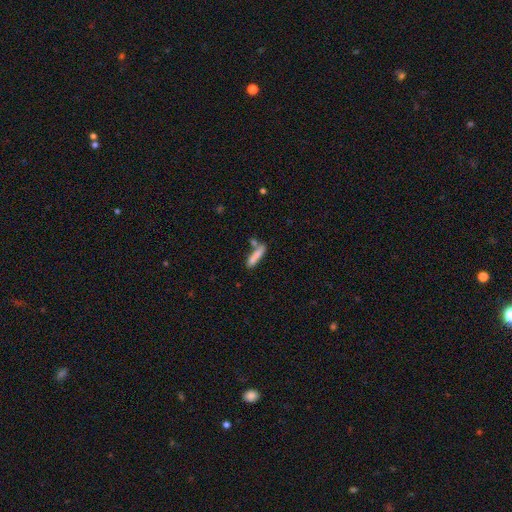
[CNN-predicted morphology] Smooth or featured? Predicted: smooth (p=0.77). How rounded? Predicted: cigar-shaped (p=0.83). Merging? Predicted: none (p=0.58).